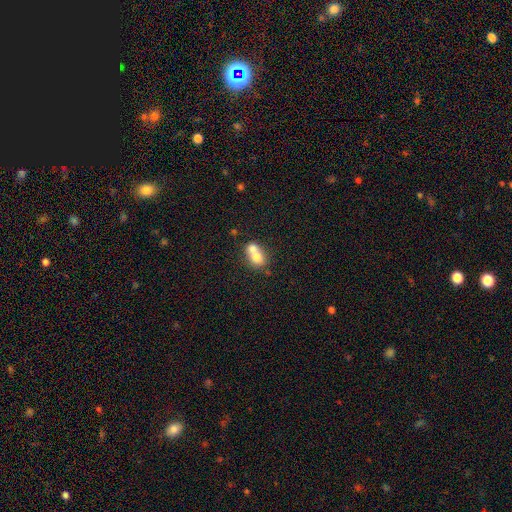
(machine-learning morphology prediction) Overall: smooth (69%). How rounded: in between (50%; round 49%). Merging: merger (69%).